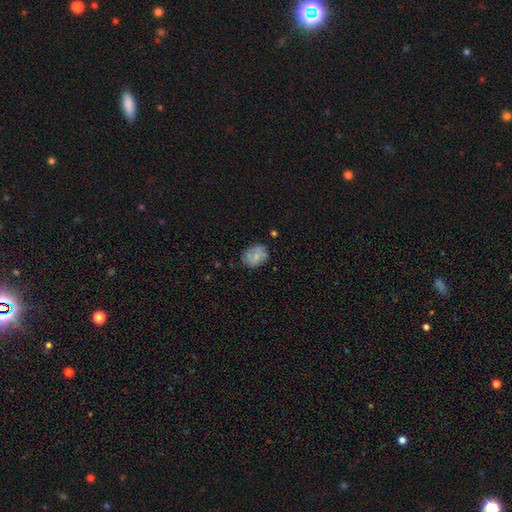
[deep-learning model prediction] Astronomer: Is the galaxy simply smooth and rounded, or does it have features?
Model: smooth — 61%.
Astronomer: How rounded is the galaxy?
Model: in between — 61% (runner-up: round, 38%).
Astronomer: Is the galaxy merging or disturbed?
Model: none — 71%.